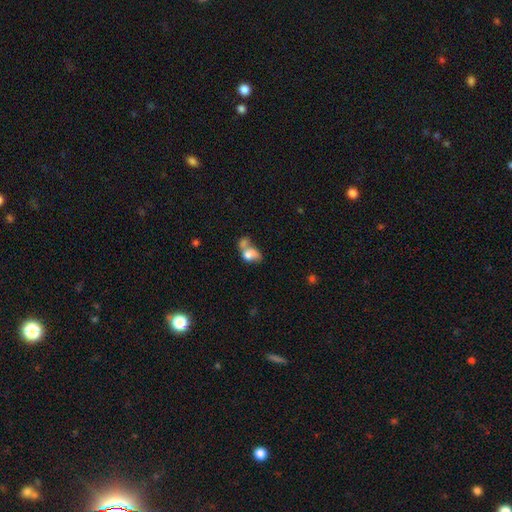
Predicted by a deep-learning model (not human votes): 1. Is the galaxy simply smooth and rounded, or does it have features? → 51% smooth, 33% featured or disk, 16% star or artifact.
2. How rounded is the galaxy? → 68% in between, 28% round, 4% cigar-shaped.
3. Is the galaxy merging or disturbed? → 55% merger, 23% none, 11% major disturbance, 11% minor disturbance.